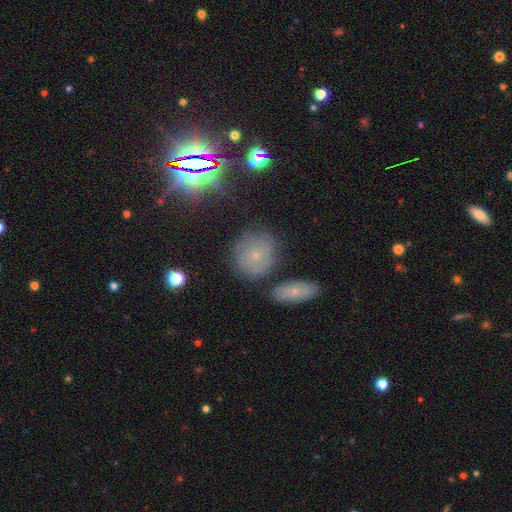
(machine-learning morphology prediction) smooth_or_featured: smooth (p=0.48) [alt: featured or disk p=0.34]
merging: none (p=0.71) [alt: minor disturbance p=0.16]